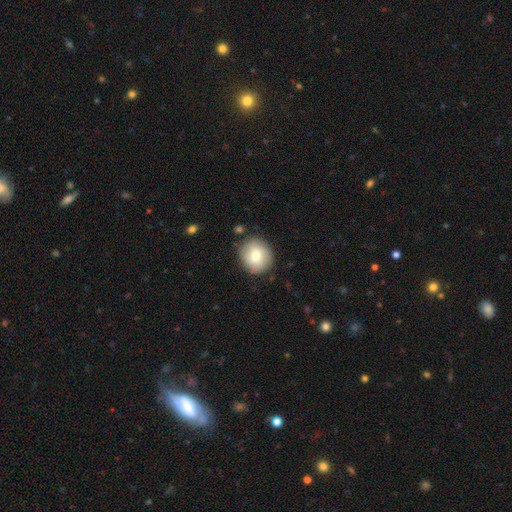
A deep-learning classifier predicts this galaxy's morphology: smooth_or_featured: smooth (p=0.74) [alt: featured or disk p=0.18]
how_rounded: round (p=0.87) [alt: in between p=0.12]
merging: none (p=0.85) [alt: minor disturbance p=0.10]